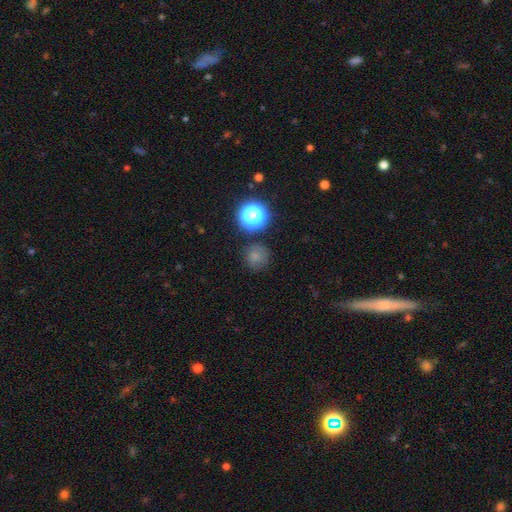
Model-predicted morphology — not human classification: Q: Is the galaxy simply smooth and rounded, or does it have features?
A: smooth — 73%.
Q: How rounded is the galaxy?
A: round — 92%.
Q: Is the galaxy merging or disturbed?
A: none — 80%.